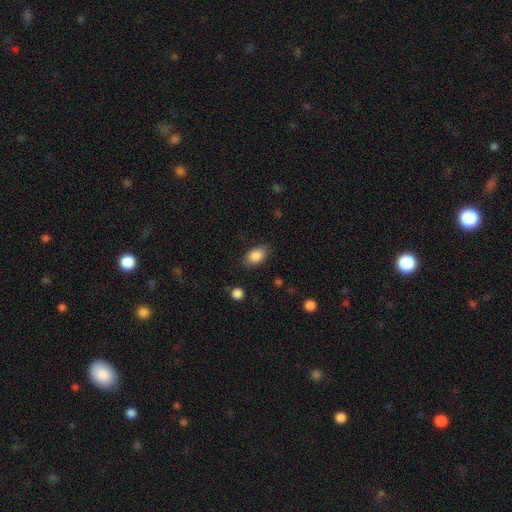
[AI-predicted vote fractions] The model was most divided on "merging": none: 80%, minor disturbance: 15%, major disturbance: 4%, merger: 1%. More confident: how rounded — in between (87%); smooth or featured — smooth (87%).